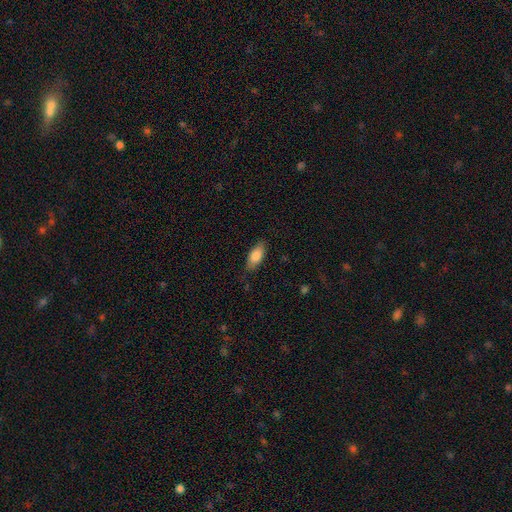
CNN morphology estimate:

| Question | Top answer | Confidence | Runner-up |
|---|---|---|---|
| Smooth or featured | smooth | 84% | featured or disk (10%) |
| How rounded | in between | 85% | cigar-shaped (12%) |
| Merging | none | 81% | minor disturbance (15%) |